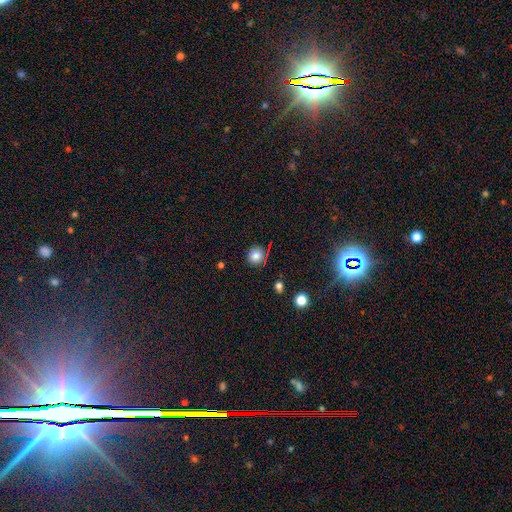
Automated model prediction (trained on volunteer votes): Morphology: type=smooth (81%); roundness=round (91%); merging=none (86%).